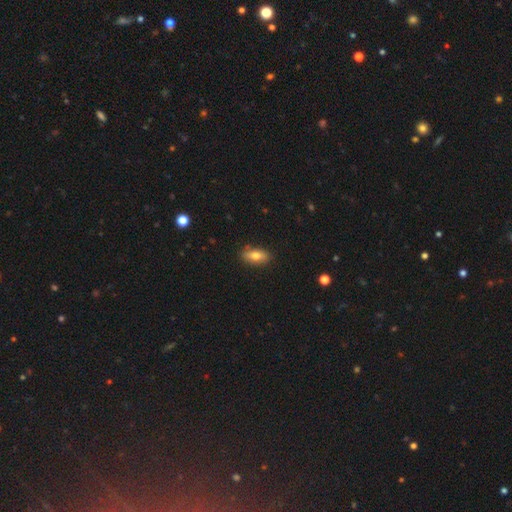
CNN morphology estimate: Smooth or featured? Predicted: smooth (p=0.73). How rounded? Predicted: in between (p=0.81). Merging? Predicted: none (p=0.84).